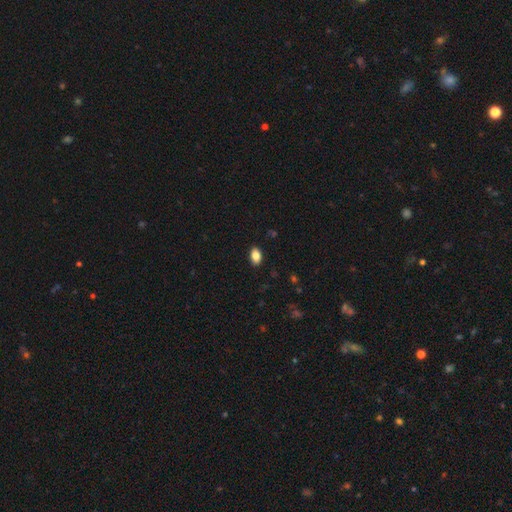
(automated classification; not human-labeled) A smooth galaxy with no disk features (85%) that is in between round and cigar-shaped (87%). Merging: none (88%).